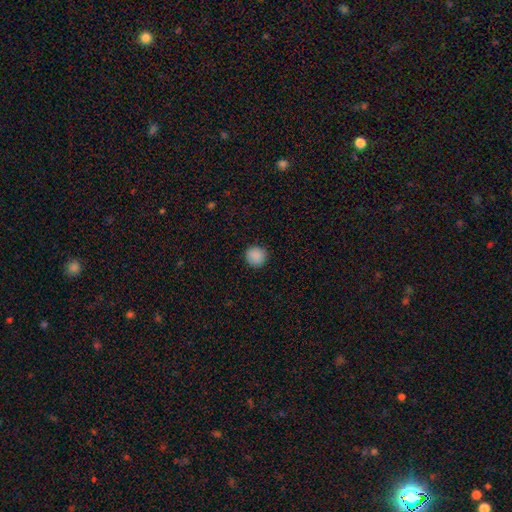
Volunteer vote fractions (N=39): Smooth or featured: smooth — 87% (star or artifact — 13%)
How rounded: round — 97% (in between — 3%)
Merging: none — 94% (minor disturbance — 3%)